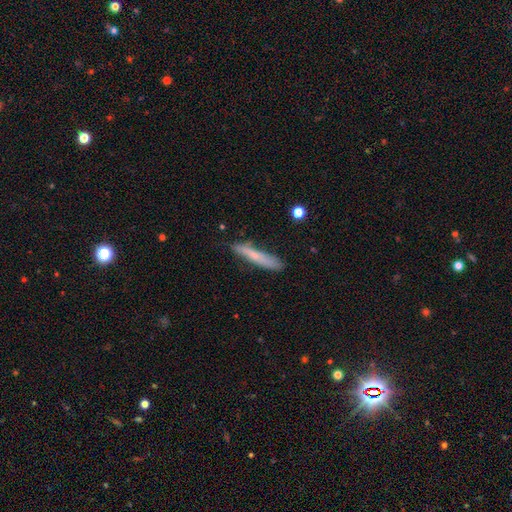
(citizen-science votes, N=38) Smooth or featured?
  - smooth: 58% *
  - featured or disk: 39%
  - star or artifact: 3%
How rounded?
  - cigar-shaped: 100% *
  - round: 0%
  - in between: 0%
Merging?
  - none: 62% *
  - minor disturbance: 24%
  - major disturbance: 11%
  - merger: 3%